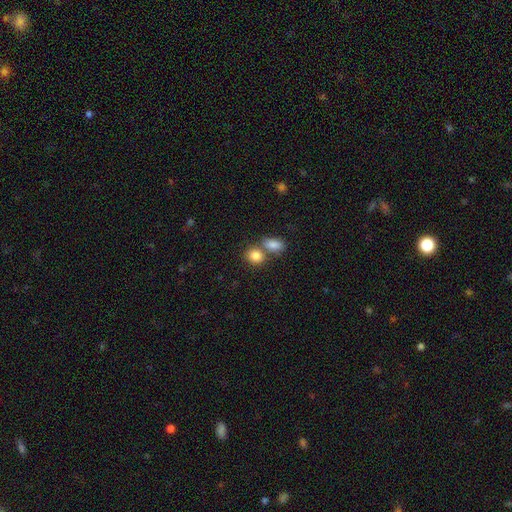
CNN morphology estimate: Overall: smooth (85%). How rounded: round (53%; in between 46%). Merging: none (47%; merger 41%).